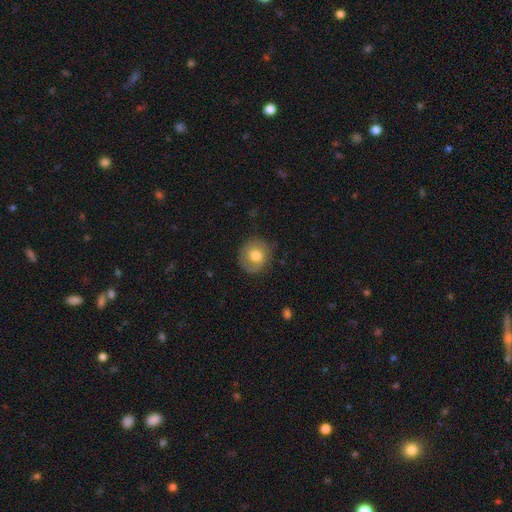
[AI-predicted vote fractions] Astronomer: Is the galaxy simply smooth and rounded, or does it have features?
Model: smooth — 72%.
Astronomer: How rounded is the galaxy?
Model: round — 85%.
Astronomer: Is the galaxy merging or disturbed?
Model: none — 80%.